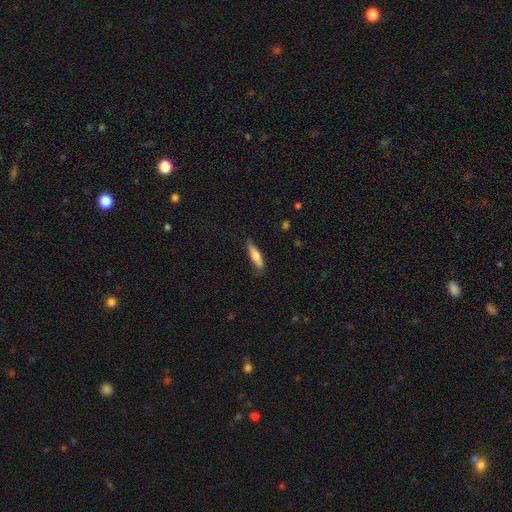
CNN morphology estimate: This is likely a smooth galaxy (64%). How rounded: likely cigar-shaped (71%). Merging: likely none (76%).